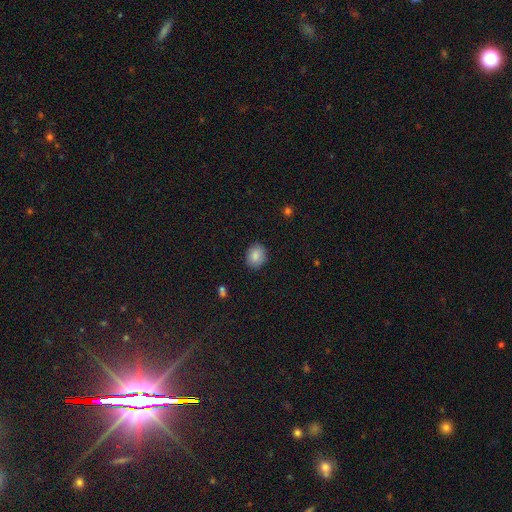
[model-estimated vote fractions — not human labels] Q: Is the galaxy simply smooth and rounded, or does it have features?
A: smooth — 87%.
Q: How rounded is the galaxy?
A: round — 57%.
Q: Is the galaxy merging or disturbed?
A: none — 88%.